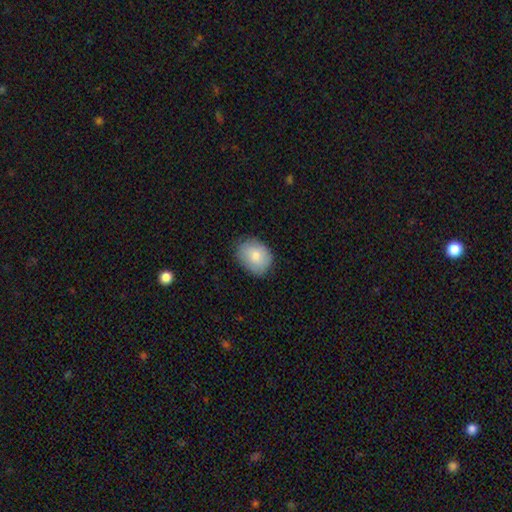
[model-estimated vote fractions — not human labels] Morphology: type=smooth (79%); roundness=in between (61%); merging=none (80%).